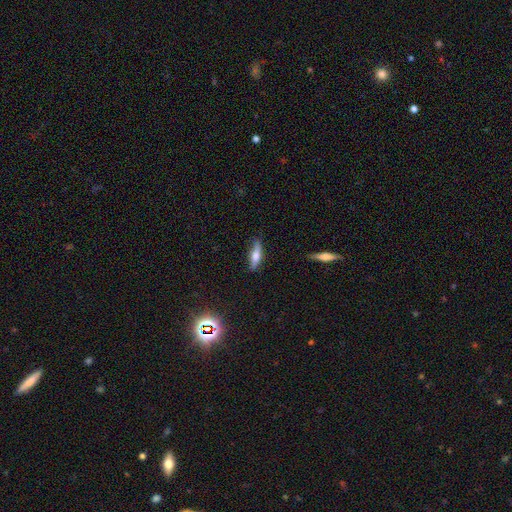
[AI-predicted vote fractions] This appears to be a smooth galaxy with no disk features (51%) that is cigar-shaped (62%). Merging: none (79%).